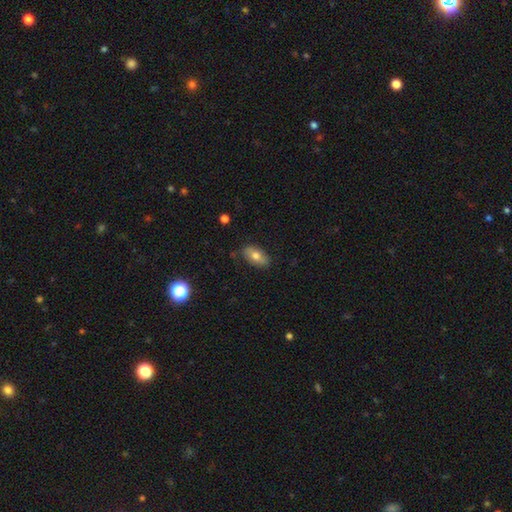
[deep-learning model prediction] A smooth galaxy with no disk features (69%) that is in between round and cigar-shaped (89%).

Vote fractions:
- Smooth or featured? smooth: 69% / featured or disk: 23% / star or artifact: 8%
- How rounded? in between: 89% / cigar-shaped: 6% / round: 5%
- Merging? none: 81% / minor disturbance: 14% / major disturbance: 3% / merger: 2%